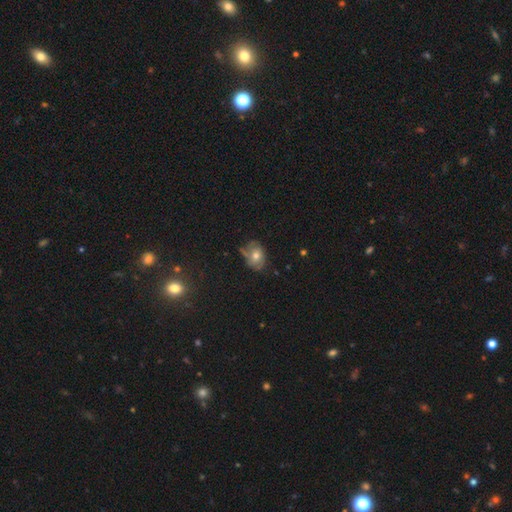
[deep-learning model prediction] Smooth or featured: smooth — 53% (featured or disk — 34%)
How rounded: in between — 64% (round — 34%)
Merging: none — 54% (minor disturbance — 30%)